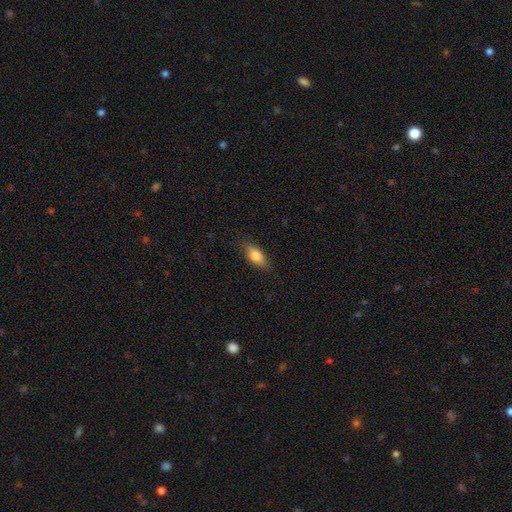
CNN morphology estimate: This appears to be a smooth galaxy with no disk features (76%) that is in between round and cigar-shaped (79%). Merging: none (82%).